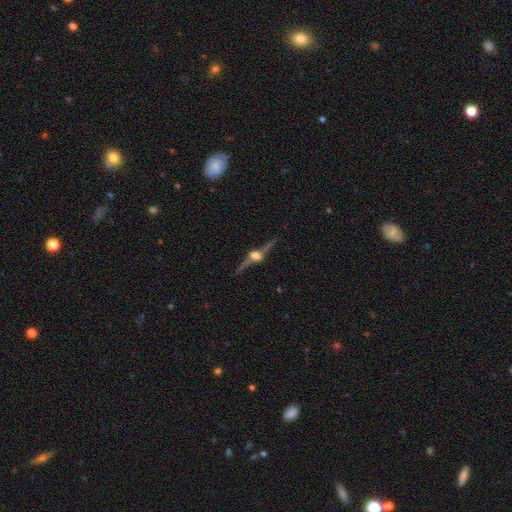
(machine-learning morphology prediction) Q: Smooth or featured?
A: featured or disk (86%); runner-up: star or artifact (7%)
Q: Edge-on disk?
A: yes (95%); runner-up: no (5%)
Q: Edge-on bulge?
A: rounded (95%); runner-up: boxy (4%)
Q: Merging?
A: none (83%); runner-up: minor disturbance (11%)